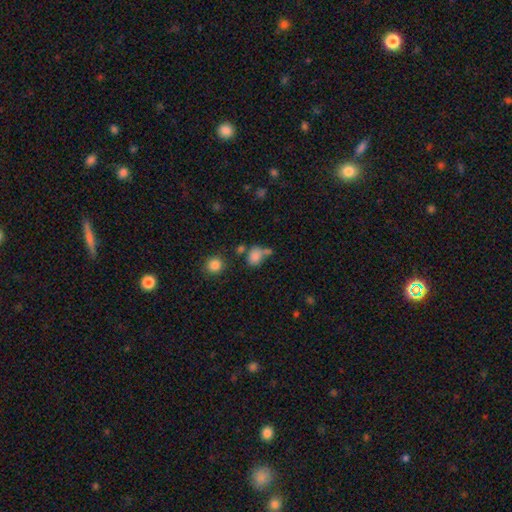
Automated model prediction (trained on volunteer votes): smooth_or_featured: smooth (p=0.78) [alt: star or artifact p=0.13]
how_rounded: in between (p=0.57) [alt: round p=0.41]
merging: none (p=0.38) [alt: merger p=0.31]